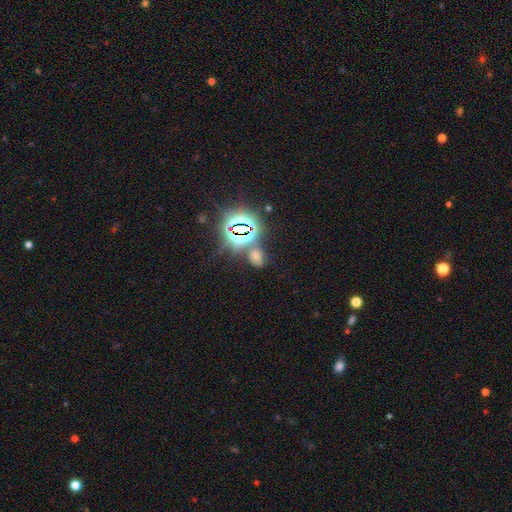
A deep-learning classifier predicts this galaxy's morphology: A star or artifact, not a galaxy (49%).

Vote fractions:
- Smooth or featured? star or artifact: 49% / smooth: 42% / featured or disk: 9%